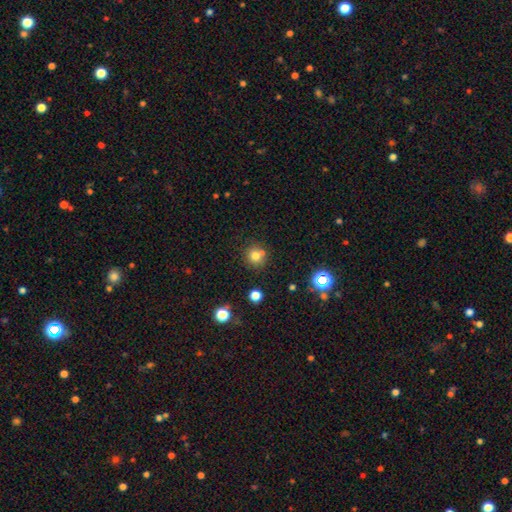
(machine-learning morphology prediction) A smooth galaxy with no disk features (75%) that is round (91%).

Vote fractions:
- Smooth or featured? smooth: 75% / star or artifact: 16% / featured or disk: 9%
- How rounded? round: 91% / in between: 8% / cigar-shaped: 1%
- Merging? none: 70% / merger: 17% / minor disturbance: 10% / major disturbance: 3%